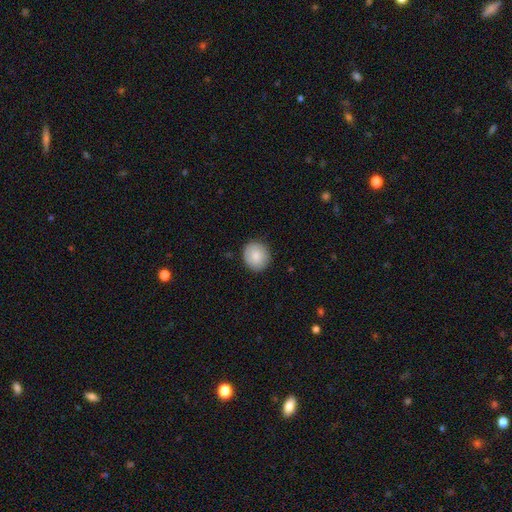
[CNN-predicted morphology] Smooth or featured: smooth — 82% (featured or disk — 11%)
How rounded: round — 87% (in between — 12%)
Merging: none — 88% (minor disturbance — 9%)